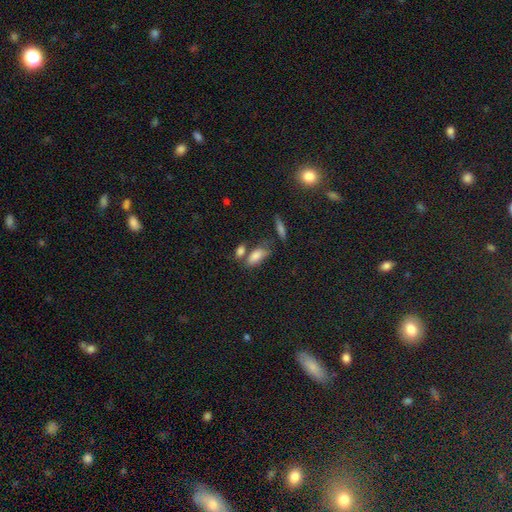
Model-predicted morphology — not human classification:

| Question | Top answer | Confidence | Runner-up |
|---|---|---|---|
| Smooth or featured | smooth | 78% | star or artifact (11%) |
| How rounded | in between | 80% | cigar-shaped (16%) |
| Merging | none | 49% | merger (26%) |